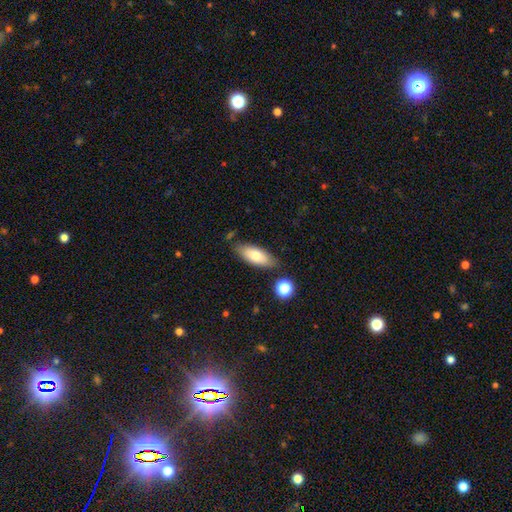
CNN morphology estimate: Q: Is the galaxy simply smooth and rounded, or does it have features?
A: smooth — 76%.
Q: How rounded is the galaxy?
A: in between — 76%.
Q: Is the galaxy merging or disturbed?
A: none — 79%.